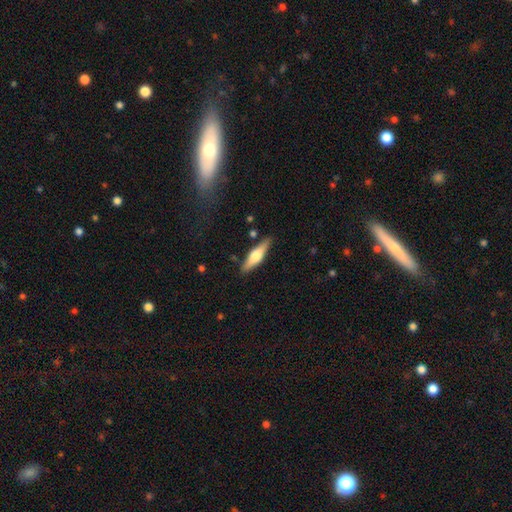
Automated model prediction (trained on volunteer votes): A featured or disk galaxy (53%) viewed edge-on (94%). Merging: none (86%).